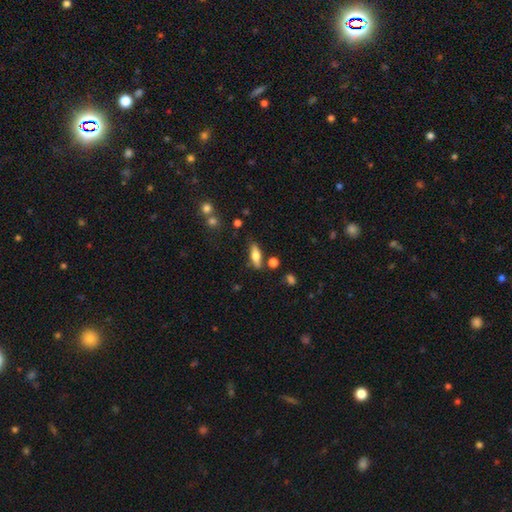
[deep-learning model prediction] smooth-or-featured: smooth: 66% | featured or disk: 27% | star or artifact: 7%
  how-rounded: in between: 61% | cigar-shaped: 36% | round: 3%
  merging: none: 76% | minor disturbance: 14% | merger: 6% | major disturbance: 4%